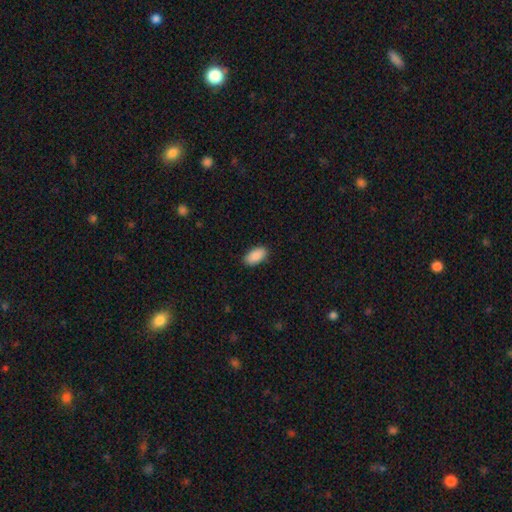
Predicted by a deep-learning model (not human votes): This is clearly a smooth galaxy (90%). How rounded: clearly in between (95%). Merging: clearly none (88%).